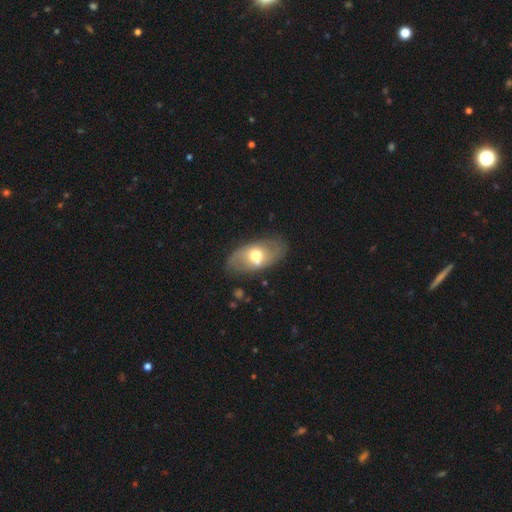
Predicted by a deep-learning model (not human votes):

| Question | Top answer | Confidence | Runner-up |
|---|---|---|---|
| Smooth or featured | smooth | 49% | featured or disk (44%) |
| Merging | none | 72% | minor disturbance (18%) |